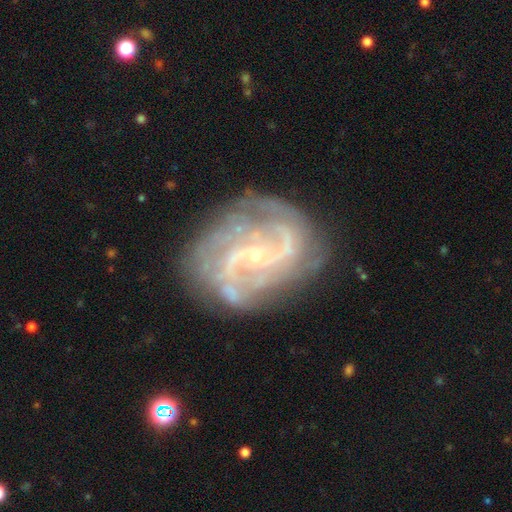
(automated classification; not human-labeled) This is clearly a featured or disk galaxy (89%). It is clearly not viewed edge-on (98%). Bar: possibly no (50%). Spiral arm pattern: clearly yes (96%). Spiral arm count: possibly 2 (55%). Spiral winding: possibly medium (50%). Central bulge: clearly small (85%). Merging: likely none (70%).